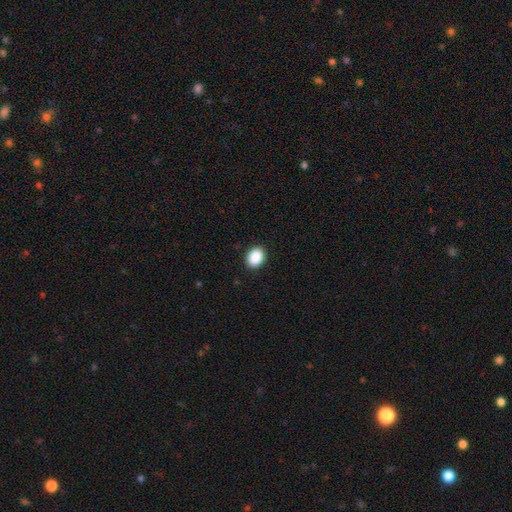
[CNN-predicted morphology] smooth-or-featured: smooth: 89% | star or artifact: 8% | featured or disk: 3%
  how-rounded: in between: 63% | round: 37% | cigar-shaped: 1%
  merging: none: 90% | minor disturbance: 7% | major disturbance: 2% | merger: 1%